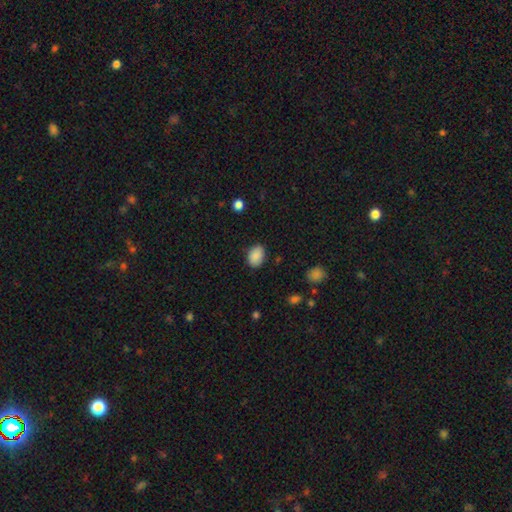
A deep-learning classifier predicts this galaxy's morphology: The model was most divided on "how rounded": in between: 78%, round: 21%, cigar-shaped: 1%. More confident: smooth or featured — smooth (89%); merging — none (84%).